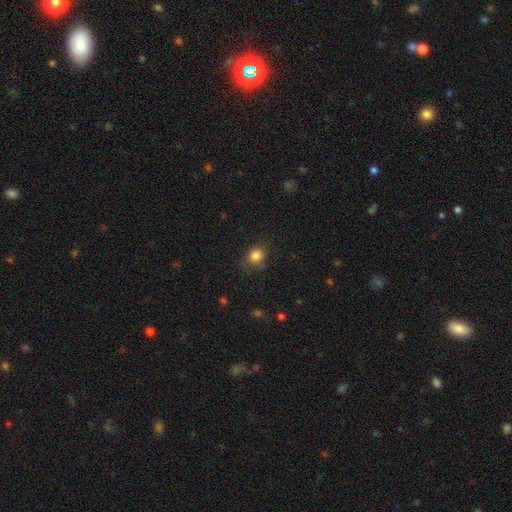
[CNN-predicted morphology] smooth-or-featured: smooth: 84% | star or artifact: 11% | featured or disk: 5%
  how-rounded: round: 75% | in between: 24% | cigar-shaped: 1%
  merging: none: 72% | minor disturbance: 20% | major disturbance: 6% | merger: 2%